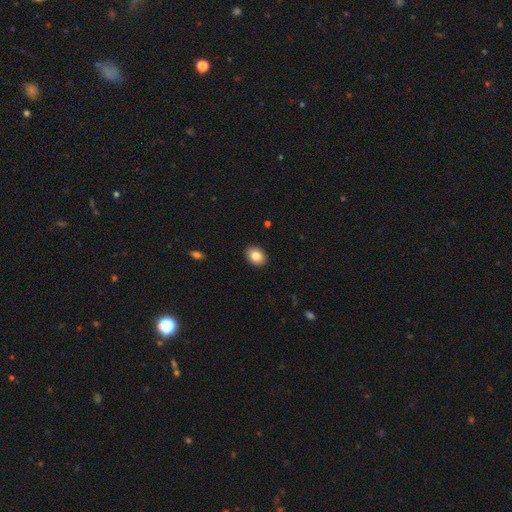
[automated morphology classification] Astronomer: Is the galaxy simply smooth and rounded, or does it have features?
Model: smooth — 84%.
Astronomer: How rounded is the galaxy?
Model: in between — 65%.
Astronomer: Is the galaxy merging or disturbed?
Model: none — 91%.